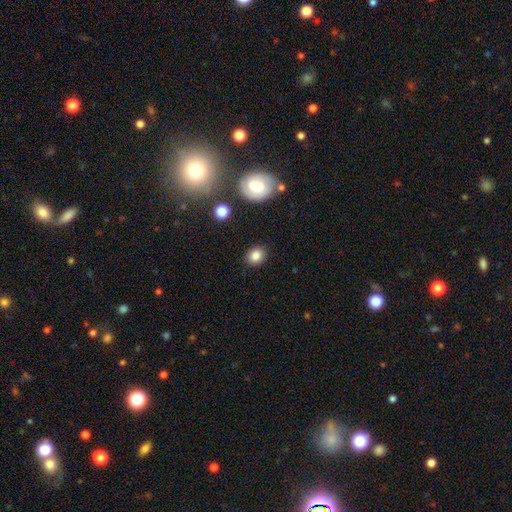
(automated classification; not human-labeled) A smooth galaxy with no disk features (84%) that is round (65%). Merging: none (86%).